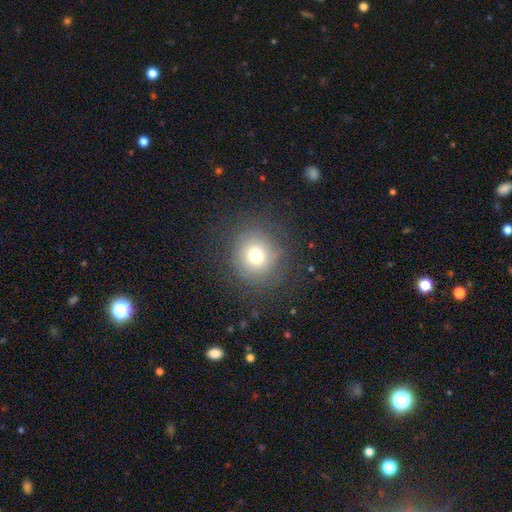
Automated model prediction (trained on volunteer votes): This is likely a smooth galaxy (73%). How rounded: clearly round (90%). Merging: clearly none (82%).